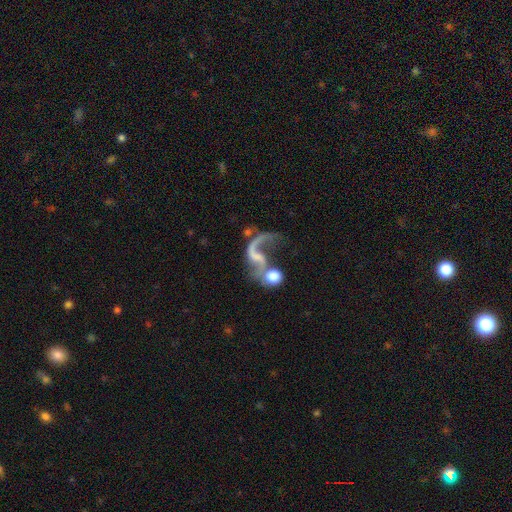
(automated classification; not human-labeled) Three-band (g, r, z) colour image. It shows a featured or disk galaxy (75%) with no bar (49%), 2 (60%) loose (89%) spiral arms (83%) and no central bulge (42%). Merging: merger (37%).